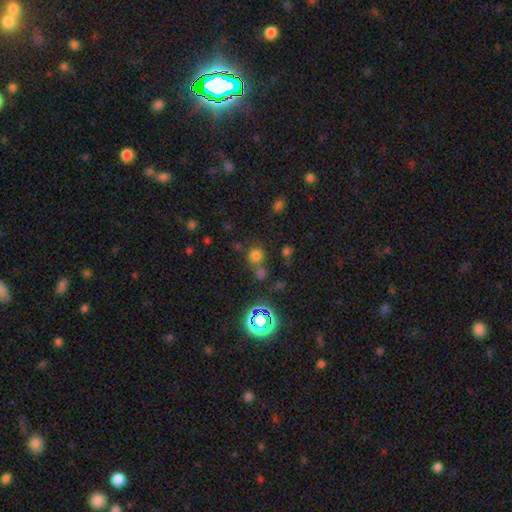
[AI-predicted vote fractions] smooth 65%, star or artifact 28%, featured or disk 7%. Down the decision tree: how rounded — round (88%); merging — none (63%).